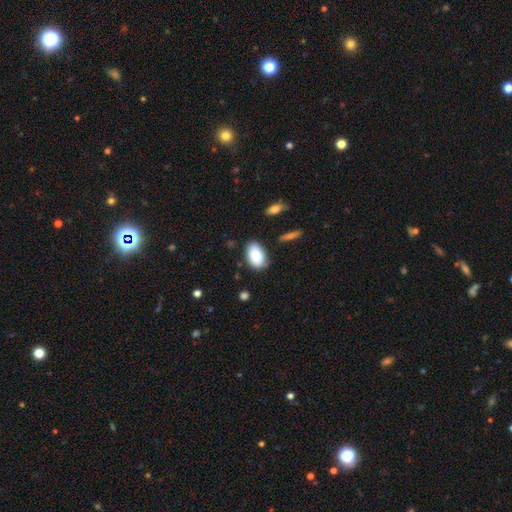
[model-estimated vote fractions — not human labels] Smooth or featured: smooth — 84% (featured or disk — 9%)
How rounded: in between — 91% (round — 8%)
Merging: none — 80% (minor disturbance — 14%)